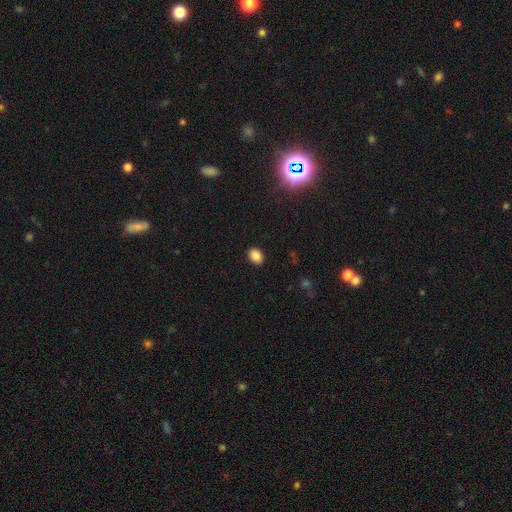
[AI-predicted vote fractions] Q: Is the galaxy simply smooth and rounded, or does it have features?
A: smooth — 87%.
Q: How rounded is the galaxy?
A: in between — 63%.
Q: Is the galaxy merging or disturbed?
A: none — 90%.